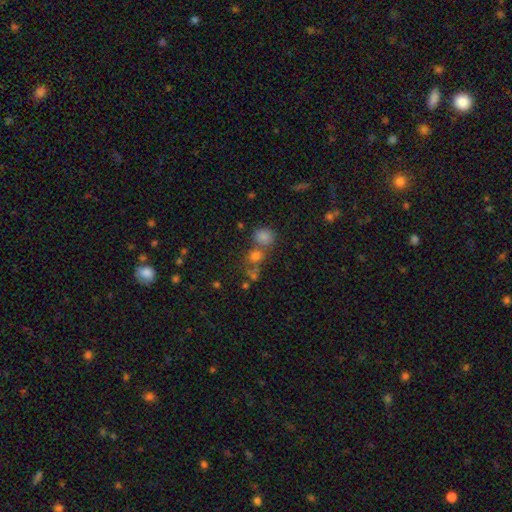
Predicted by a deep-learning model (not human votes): A smooth galaxy with no disk features (63%) that is round (79%). Merging: none (51%).